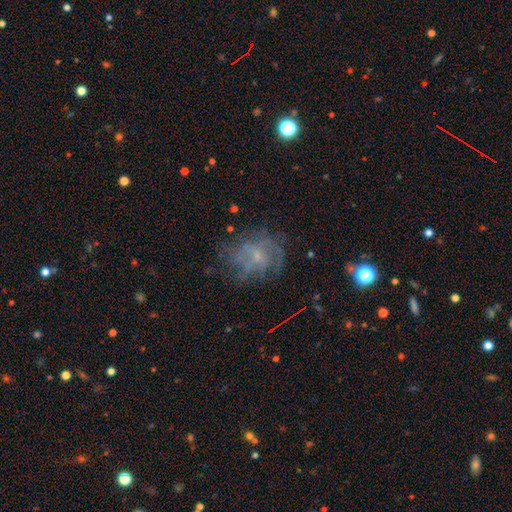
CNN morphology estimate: This appears to be a featured or disk galaxy (64%) with no bar (73%), spiral arms (63%) and a small central bulge (62%). Merging: none (57%).